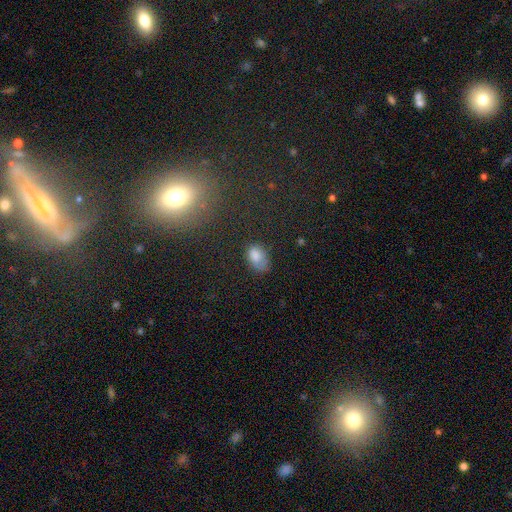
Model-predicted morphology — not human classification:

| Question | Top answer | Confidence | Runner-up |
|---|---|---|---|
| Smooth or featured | smooth | 79% | featured or disk (11%) |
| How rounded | in between | 84% | round (15%) |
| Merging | none | 53% | minor disturbance (32%) |